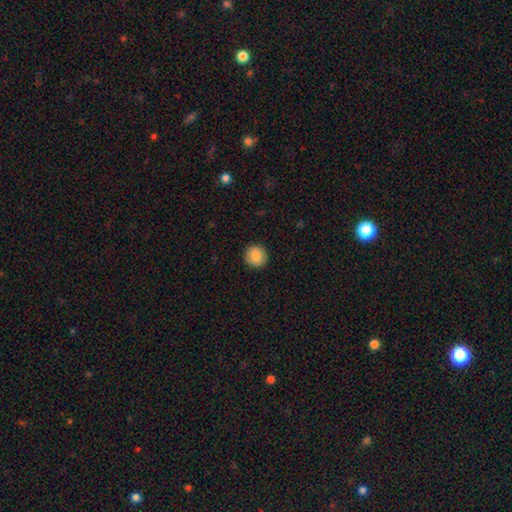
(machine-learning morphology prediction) Smooth or featured: smooth — 88% (star or artifact — 8%)
How rounded: round — 92% (in between — 7%)
Merging: none — 92% (minor disturbance — 6%)